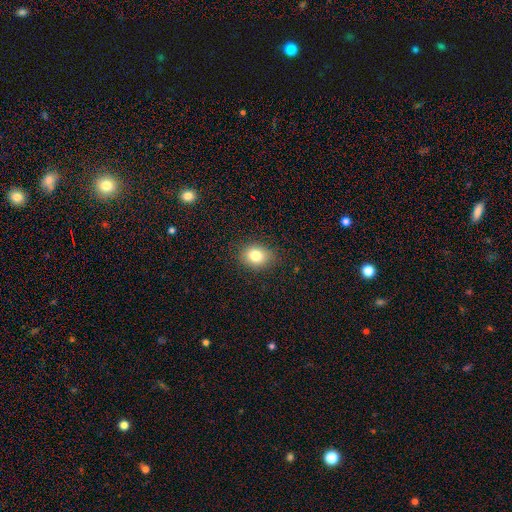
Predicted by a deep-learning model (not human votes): smooth_or_featured: smooth (p=0.80) [alt: star or artifact p=0.11]
how_rounded: in between (p=0.51) [alt: round p=0.48]
merging: none (p=0.87) [alt: minor disturbance p=0.09]